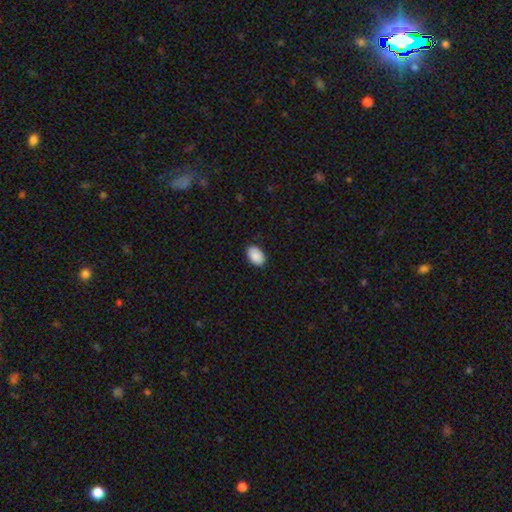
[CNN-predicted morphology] Overall: smooth (90%). How rounded: in between (90%). Merging: none (88%).